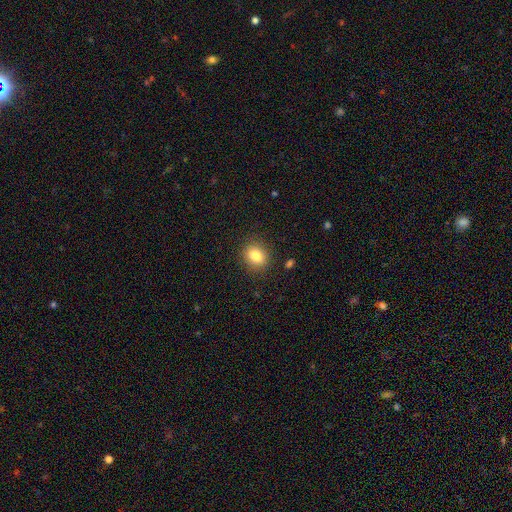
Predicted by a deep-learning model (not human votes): Q: Smooth or featured?
A: smooth (82%); runner-up: star or artifact (10%)
Q: How rounded?
A: round (51%); runner-up: in between (48%)
Q: Merging?
A: none (88%); runner-up: minor disturbance (8%)